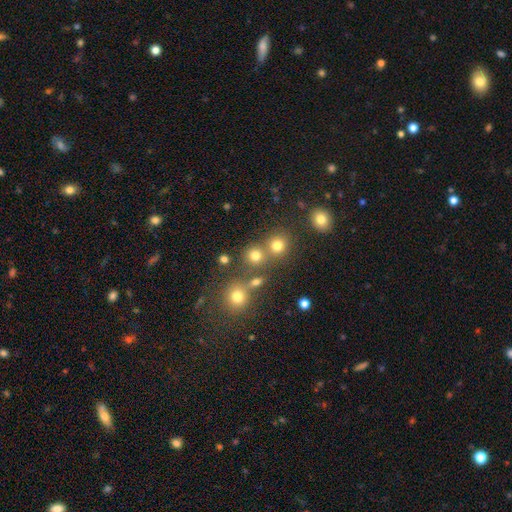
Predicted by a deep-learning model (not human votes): The model was most divided on "merging": none: 67%, merger: 22%, minor disturbance: 7%, major disturbance: 3%. More confident: how rounded — round (89%); smooth or featured — smooth (75%).